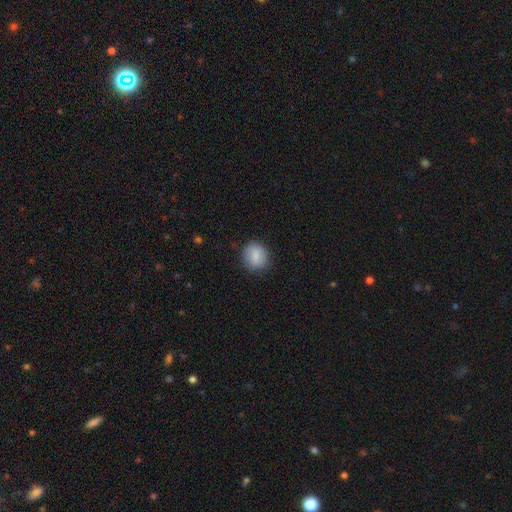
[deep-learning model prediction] Smooth or featured?
  - smooth: 85% *
  - star or artifact: 8%
  - featured or disk: 8%
How rounded?
  - round: 79% *
  - in between: 20%
  - cigar-shaped: 1%
Merging?
  - none: 85% *
  - minor disturbance: 11%
  - major disturbance: 3%
  - merger: 1%